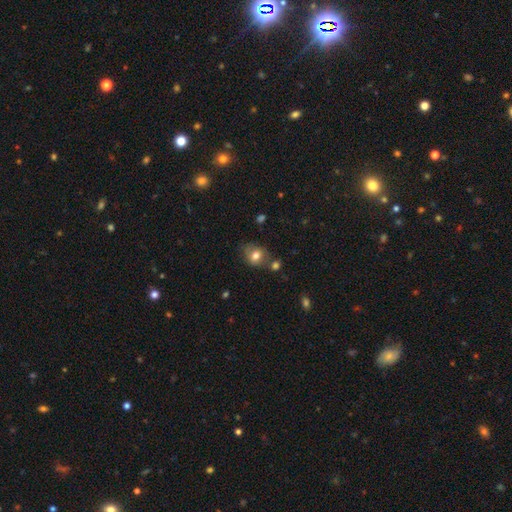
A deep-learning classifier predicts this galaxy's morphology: This appears to be a smooth galaxy with no disk features (76%) that is round (59%). Merging: none (62%).